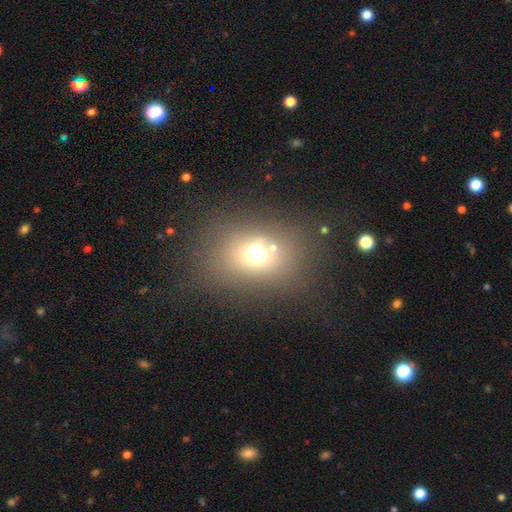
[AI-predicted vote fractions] Smooth or featured?
  - smooth: 59% *
  - star or artifact: 24%
  - featured or disk: 16%
How rounded?
  - round: 50% *
  - in between: 49%
  - cigar-shaped: 2%
Merging?
  - none: 65% *
  - minor disturbance: 13%
  - merger: 13%
  - major disturbance: 8%